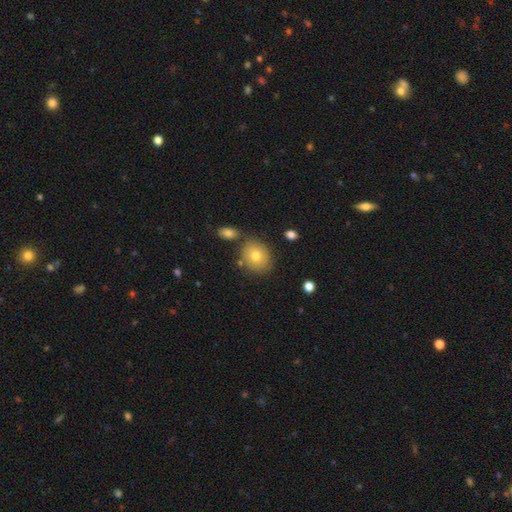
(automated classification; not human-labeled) Overall: smooth (73%). How rounded: round (64%; in between 35%). Merging: none (74%).